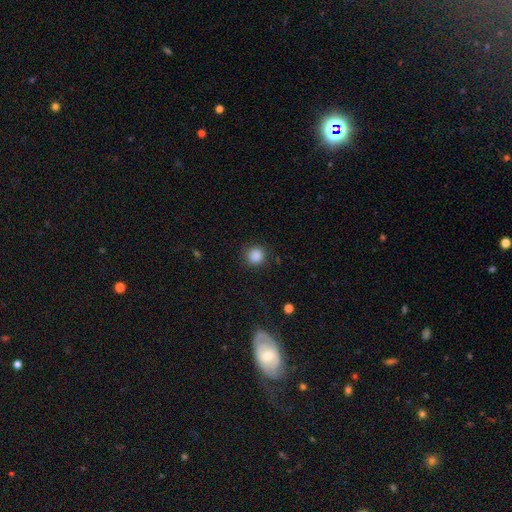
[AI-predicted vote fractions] smooth-or-featured: smooth: 87% | star or artifact: 10% | featured or disk: 3%
  how-rounded: round: 93% | in between: 6% | cigar-shaped: 1%
  merging: none: 88% | minor disturbance: 8% | major disturbance: 3% | merger: 1%